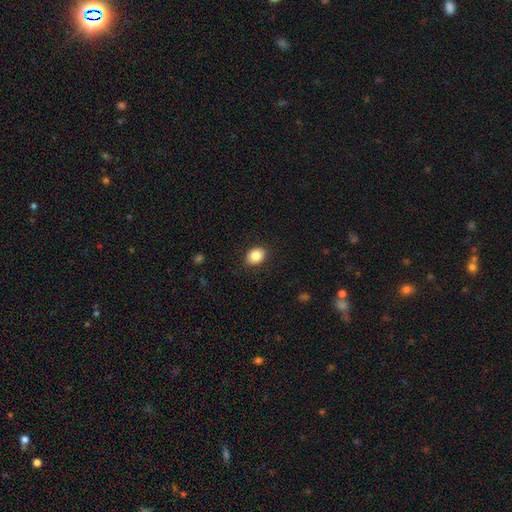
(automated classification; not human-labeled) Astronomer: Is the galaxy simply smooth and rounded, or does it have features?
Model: smooth — 85%.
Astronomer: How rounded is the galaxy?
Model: in between — 66%.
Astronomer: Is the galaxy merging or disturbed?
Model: none — 88%.